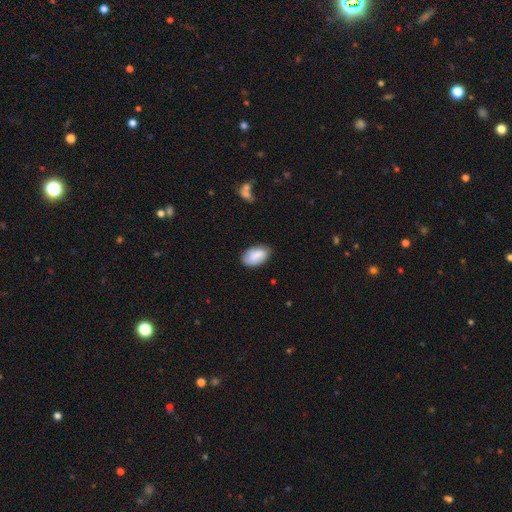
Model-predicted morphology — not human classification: Smooth or featured: smooth — 82% (featured or disk — 11%)
How rounded: in between — 93% (round — 5%)
Merging: none — 73% (minor disturbance — 21%)